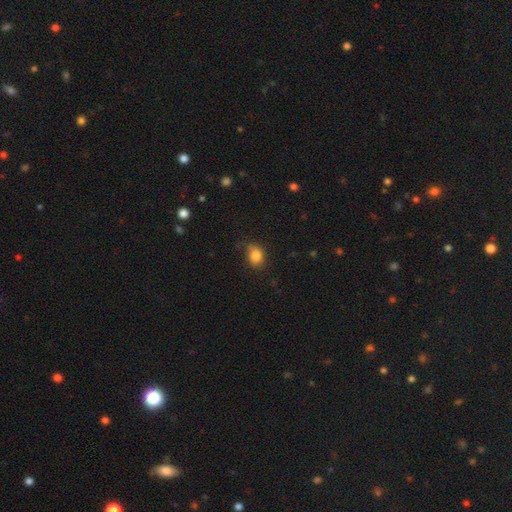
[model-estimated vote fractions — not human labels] This is clearly a smooth galaxy (84%). How rounded: possibly in between (51%). Merging: likely none (67%).